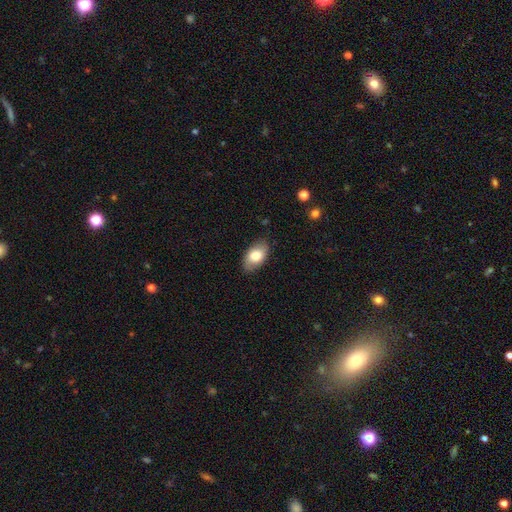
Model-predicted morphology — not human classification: smooth 77%, featured or disk 16%, star or artifact 7%. Down the decision tree: how rounded — in between (92%); merging — none (84%).